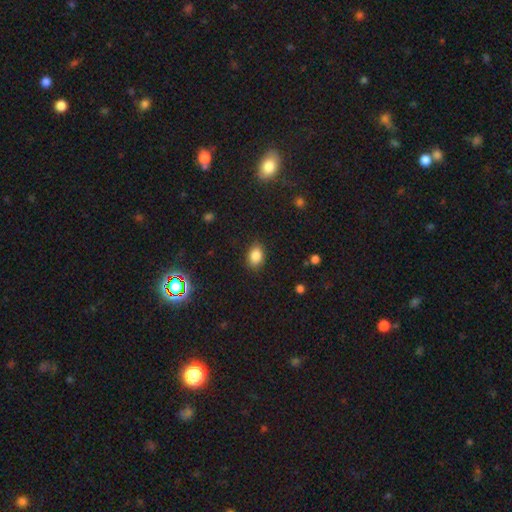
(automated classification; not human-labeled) A smooth galaxy with no disk features (85%) that is in between round and cigar-shaped (73%). Merging: none (84%).